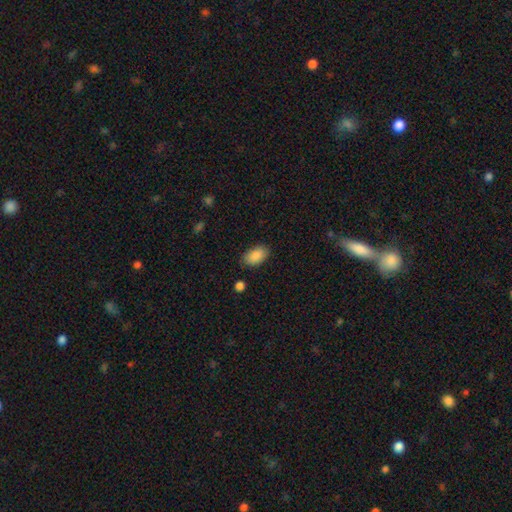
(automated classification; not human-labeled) smooth-or-featured: smooth: 89% | star or artifact: 7% | featured or disk: 4%
  how-rounded: in between: 93% | round: 5% | cigar-shaped: 2%
  merging: none: 84% | minor disturbance: 12% | major disturbance: 3% | merger: 2%